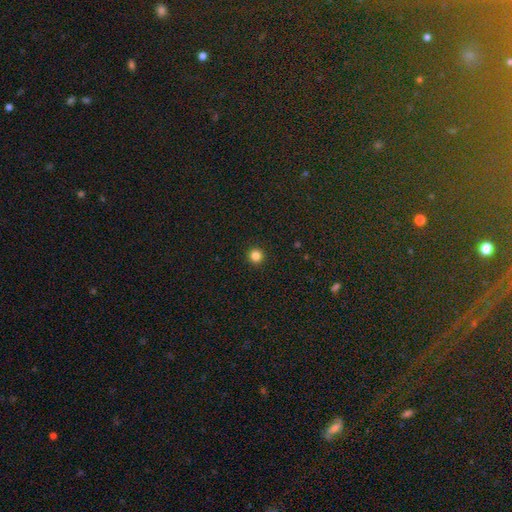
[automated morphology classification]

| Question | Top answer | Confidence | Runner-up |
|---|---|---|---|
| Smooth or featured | smooth | 84% | star or artifact (13%) |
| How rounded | round | 96% | in between (3%) |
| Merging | none | 93% | minor disturbance (4%) |